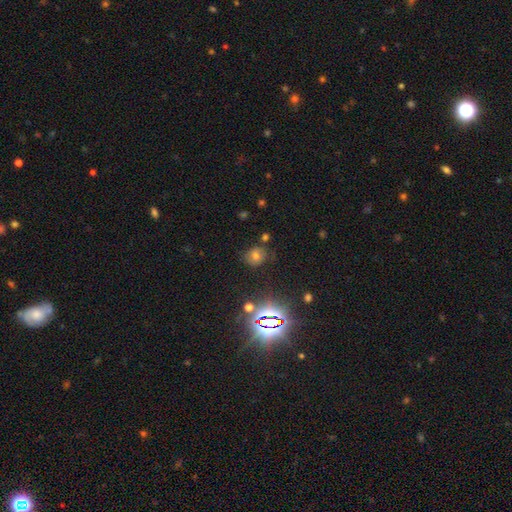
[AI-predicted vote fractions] Smooth or featured?
  - smooth: 57% *
  - star or artifact: 30%
  - featured or disk: 13%
How rounded?
  - round: 71% *
  - in between: 27%
  - cigar-shaped: 1%
Merging?
  - none: 75% *
  - minor disturbance: 15%
  - major disturbance: 5%
  - merger: 5%